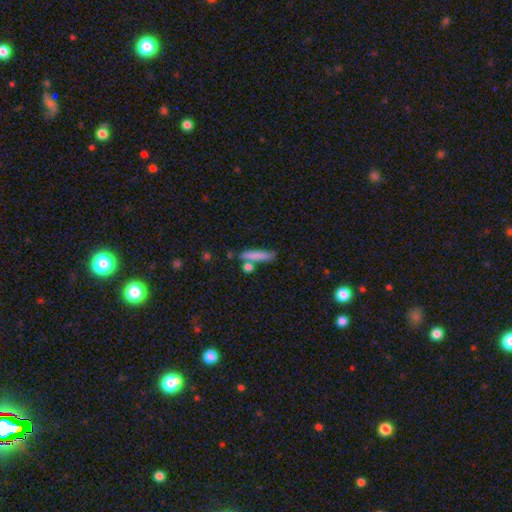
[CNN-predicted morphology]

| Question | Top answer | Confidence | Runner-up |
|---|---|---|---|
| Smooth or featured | smooth | 79% | featured or disk (13%) |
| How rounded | cigar-shaped | 81% | in between (16%) |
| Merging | none | 68% | minor disturbance (14%) |